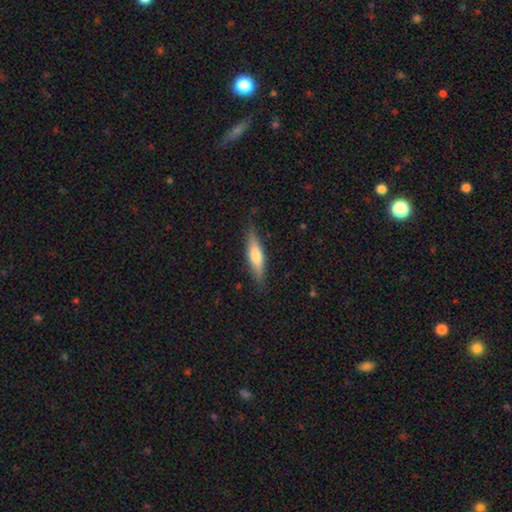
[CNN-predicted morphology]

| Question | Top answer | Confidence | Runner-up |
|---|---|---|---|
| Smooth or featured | smooth | 63% | featured or disk (31%) |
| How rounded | cigar-shaped | 67% | in between (31%) |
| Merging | none | 84% | minor disturbance (12%) |